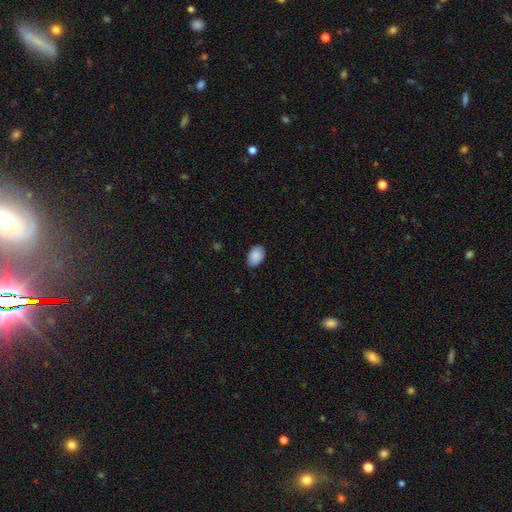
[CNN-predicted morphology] Overall: smooth (89%). How rounded: in between (87%). Merging: none (83%).